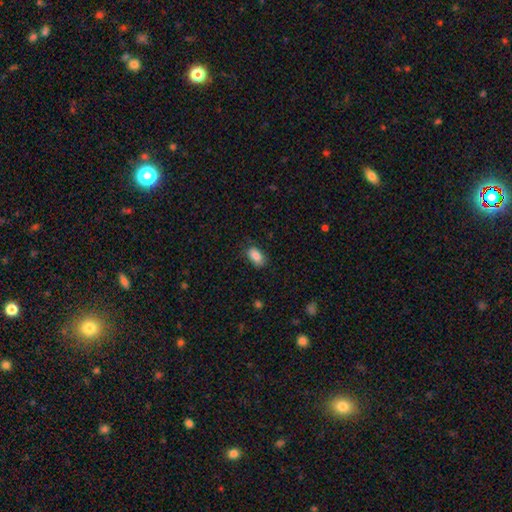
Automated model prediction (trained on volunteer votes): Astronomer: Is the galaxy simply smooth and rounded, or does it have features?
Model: smooth — 87%.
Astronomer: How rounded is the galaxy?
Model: in between — 92%.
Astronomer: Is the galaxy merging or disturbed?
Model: none — 77%.